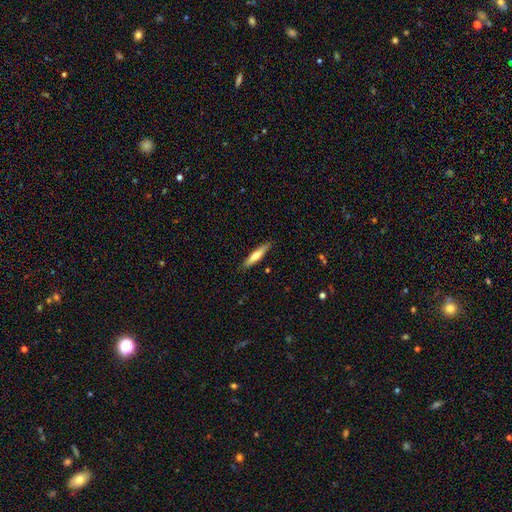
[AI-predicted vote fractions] This is likely a smooth galaxy (61%). How rounded: clearly cigar-shaped (85%). Merging: clearly none (88%).